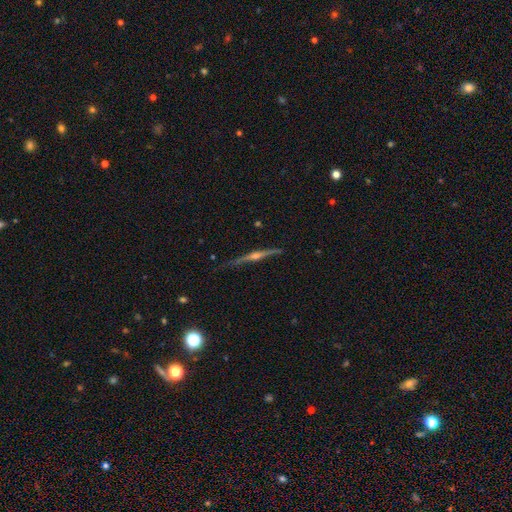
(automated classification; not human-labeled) smooth-or-featured: featured or disk: 81% | smooth: 12% | star or artifact: 6%
  disk-edge-on: yes: 98% | no: 2%
    edge-on-bulge: rounded: 89% | none: 6% | boxy: 6%
  merging: none: 82% | minor disturbance: 13% | major disturbance: 3% | merger: 2%